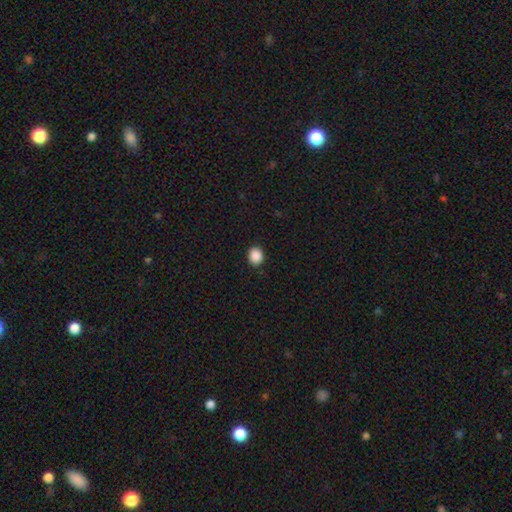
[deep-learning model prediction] Smooth or featured? smooth (89%)
How rounded? round (65%)
Merging? none (90%)